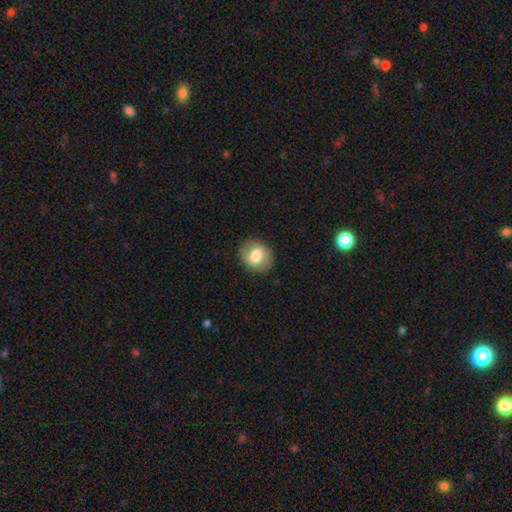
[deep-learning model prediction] This appears to be a smooth galaxy with no disk features (67%) that is round (56%). Merging: none (86%).